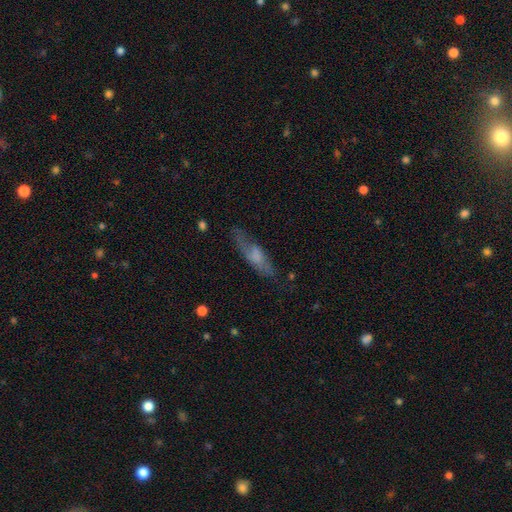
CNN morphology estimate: smooth-or-featured: smooth: 51% | featured or disk: 41% | star or artifact: 8%
  how-rounded: cigar-shaped: 58% | in between: 40% | round: 2%
  merging: none: 63% | minor disturbance: 24% | major disturbance: 11% | merger: 2%